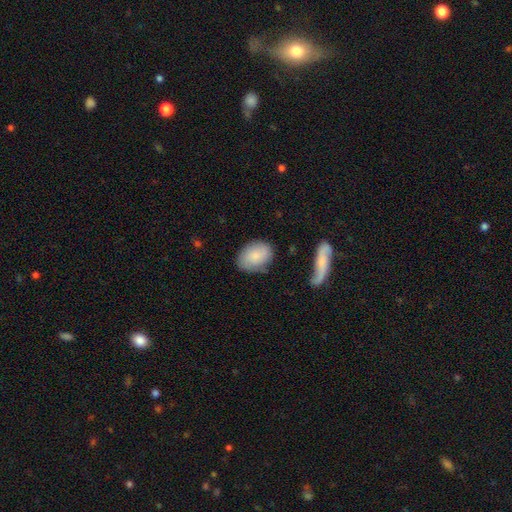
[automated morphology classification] A smooth galaxy with no disk features (75%) that is in between round and cigar-shaped (80%). Merging: none (70%).